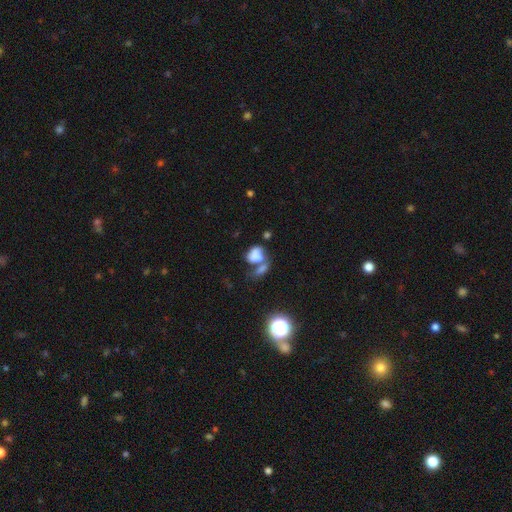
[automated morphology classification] smooth-or-featured: smooth: 65% | featured or disk: 23% | star or artifact: 13%
  how-rounded: in between: 71% | round: 27% | cigar-shaped: 2%
  merging: merger: 59% | none: 17% | major disturbance: 14% | minor disturbance: 10%